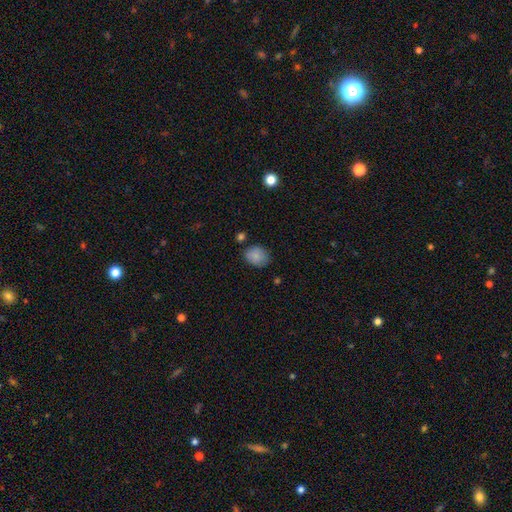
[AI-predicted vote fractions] Overall: smooth (86%). How rounded: in between (58%; round 41%). Merging: none (75%).